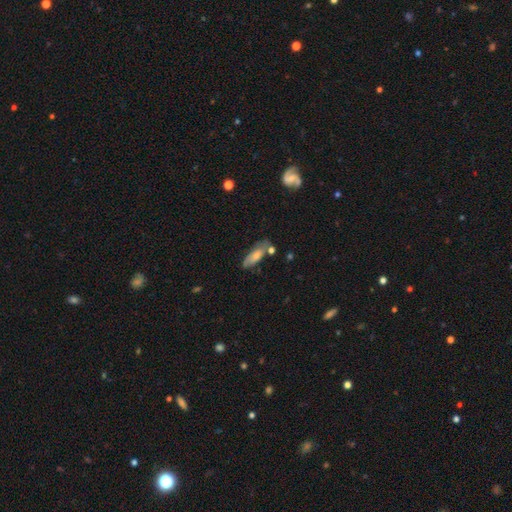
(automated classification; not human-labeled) Smooth or featured: smooth — 66% (featured or disk — 26%)
How rounded: in between — 66% (cigar-shaped — 32%)
Merging: none — 57% (minor disturbance — 25%)